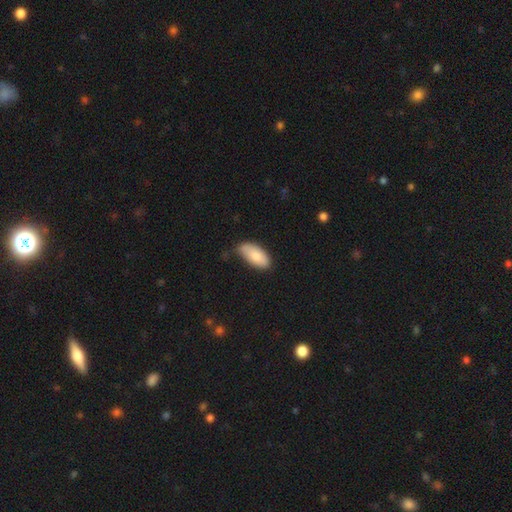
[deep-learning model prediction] The model was most divided on "merging": none: 61%, minor disturbance: 31%, major disturbance: 5%, merger: 3%. More confident: how rounded — in between (93%); smooth or featured — smooth (83%).